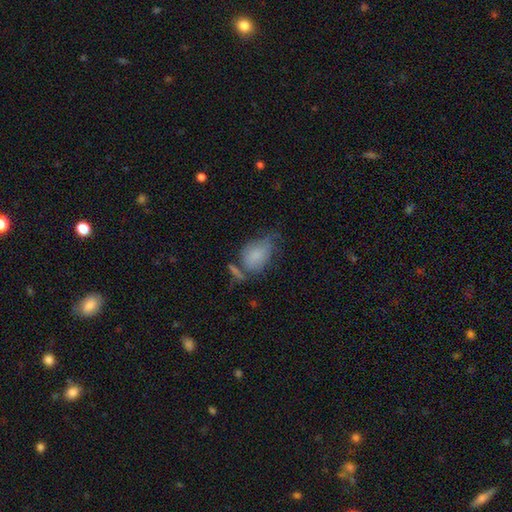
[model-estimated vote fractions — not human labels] smooth-or-featured: smooth: 73% | featured or disk: 17% | star or artifact: 10%
  how-rounded: in between: 83% | round: 15% | cigar-shaped: 2%
  merging: none: 33% | minor disturbance: 32% | major disturbance: 21% | merger: 15%